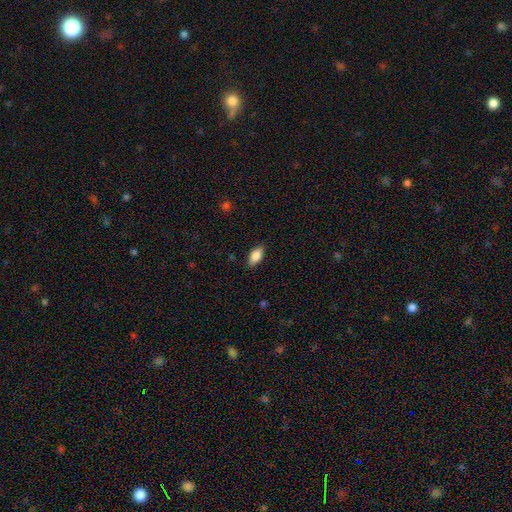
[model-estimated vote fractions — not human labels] smooth-or-featured: smooth: 84% | featured or disk: 9% | star or artifact: 7%
  how-rounded: in between: 88% | cigar-shaped: 9% | round: 3%
  merging: none: 87% | minor disturbance: 10% | major disturbance: 2% | merger: 1%